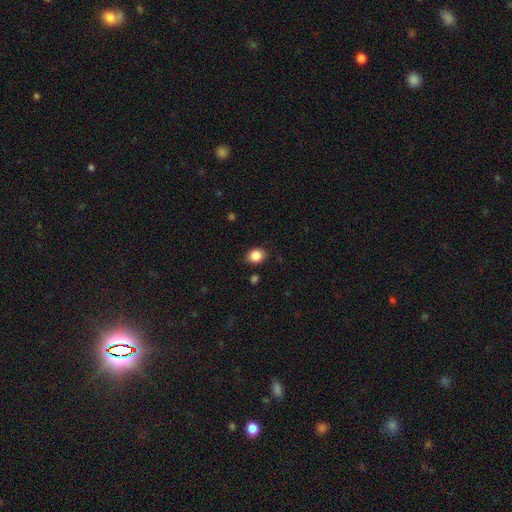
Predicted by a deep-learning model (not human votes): Overall: smooth (86%). How rounded: in between (51%; round 48%). Merging: none (83%).